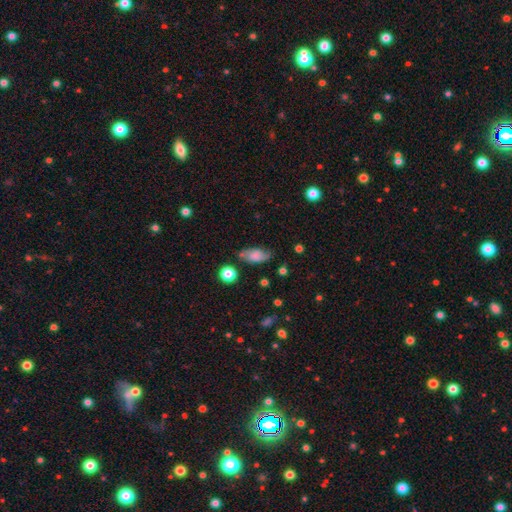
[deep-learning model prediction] This is likely a smooth galaxy (67%). How rounded: clearly in between (86%). Merging: likely none (70%).